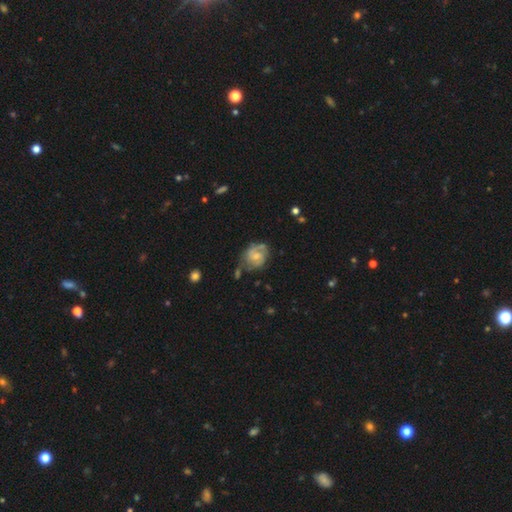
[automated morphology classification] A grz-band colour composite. It shows a featured or disk galaxy (61%) with no bar (57%), spiral arms (79%) and a small central bulge (45%). Merging: none (51%).